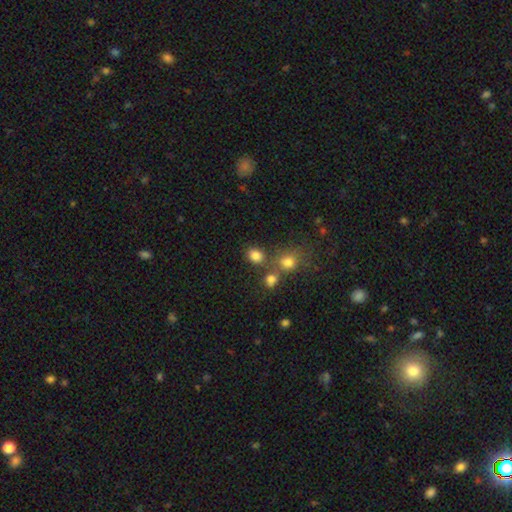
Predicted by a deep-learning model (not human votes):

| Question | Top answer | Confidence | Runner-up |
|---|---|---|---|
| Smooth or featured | smooth | 81% | star or artifact (13%) |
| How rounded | round | 59% | in between (40%) |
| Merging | none | 64% | merger (21%) |